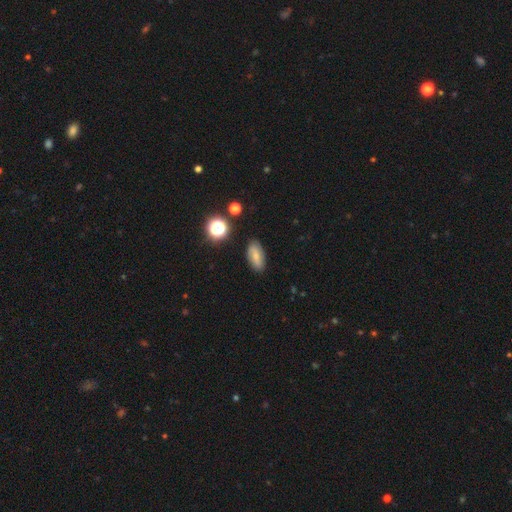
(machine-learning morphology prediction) A smooth galaxy with no disk features (66%) that is in between round and cigar-shaped (86%). Merging: none (84%).